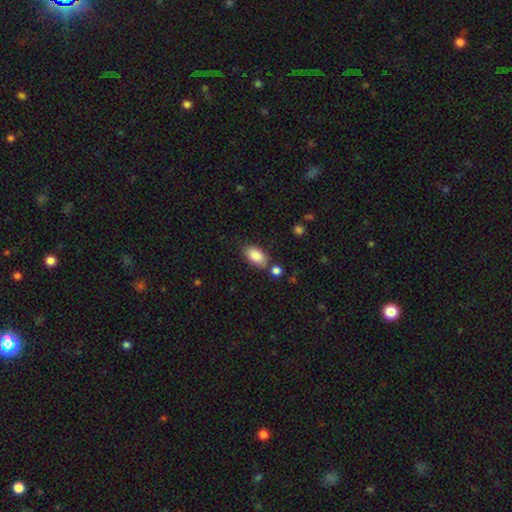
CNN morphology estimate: smooth_or_featured: smooth (p=0.86) [alt: featured or disk p=0.08]
how_rounded: in between (p=0.93) [alt: round p=0.04]
merging: none (p=0.74) [alt: minor disturbance p=0.14]